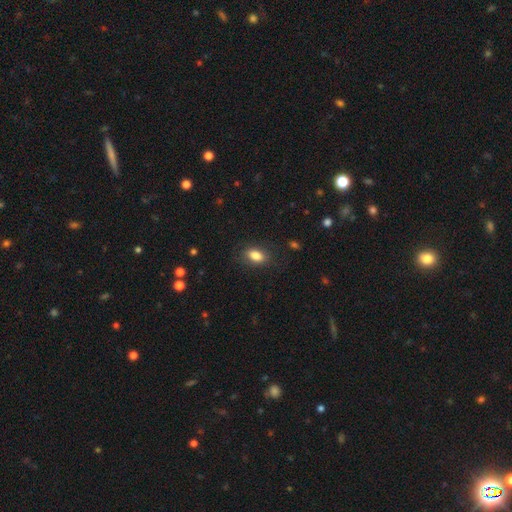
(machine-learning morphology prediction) Overall: smooth (86%). How rounded: in between (88%). Merging: none (83%).